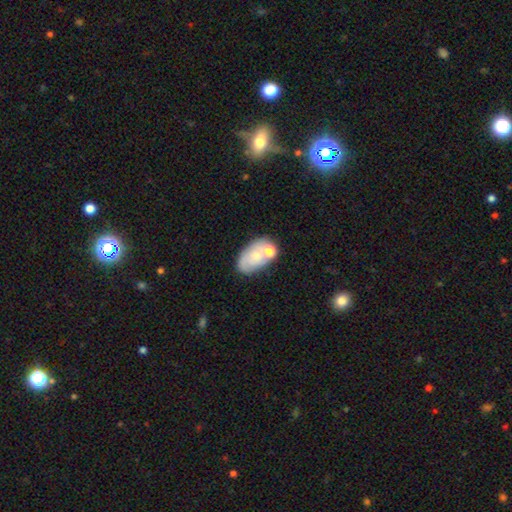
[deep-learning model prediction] smooth-or-featured: smooth: 55% | featured or disk: 36% | star or artifact: 9%
  how-rounded: in between: 88% | round: 11% | cigar-shaped: 1%
  merging: none: 43% | merger: 28% | minor disturbance: 19% | major disturbance: 10%